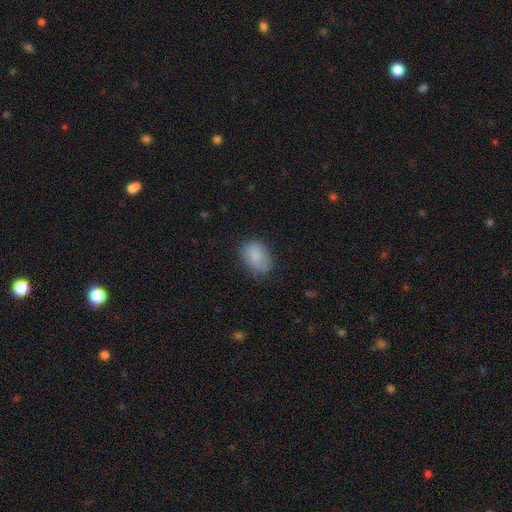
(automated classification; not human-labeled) This appears to be a smooth galaxy with no disk features (86%) that is in between round and cigar-shaped (80%). Merging: none (75%).